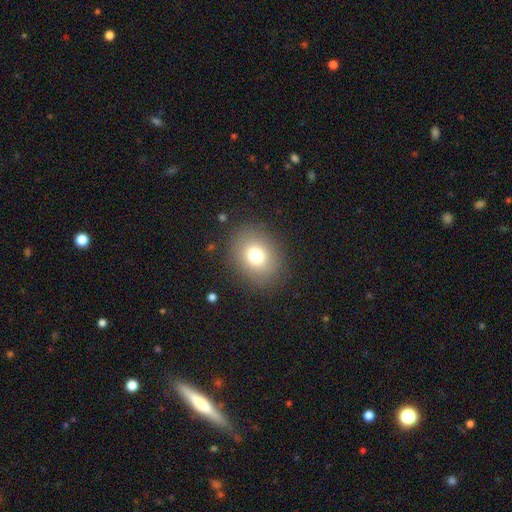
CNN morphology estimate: A smooth galaxy with no disk features (75%) that is round (57%).

Vote fractions:
- Smooth or featured? smooth: 75% / star or artifact: 13% / featured or disk: 12%
- How rounded? round: 57% / in between: 42% / cigar-shaped: 1%
- Merging? none: 86% / minor disturbance: 9% / major disturbance: 4% / merger: 1%